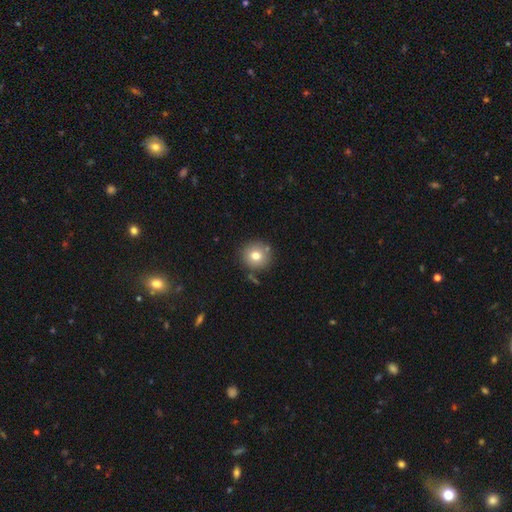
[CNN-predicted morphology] smooth_or_featured: smooth (p=0.76) [alt: featured or disk p=0.13]
how_rounded: round (p=0.92) [alt: in between p=0.07]
merging: none (p=0.80) [alt: minor disturbance p=0.10]